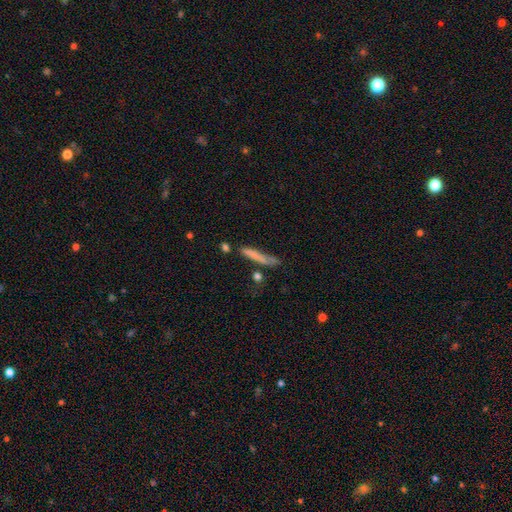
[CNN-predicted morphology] A smooth galaxy with no disk features (67%) that is cigar-shaped (92%).

Vote fractions:
- Smooth or featured? smooth: 67% / featured or disk: 24% / star or artifact: 9%
- How rounded? cigar-shaped: 92% / in between: 6% / round: 2%
- Merging? none: 58% / minor disturbance: 21% / merger: 11% / major disturbance: 10%